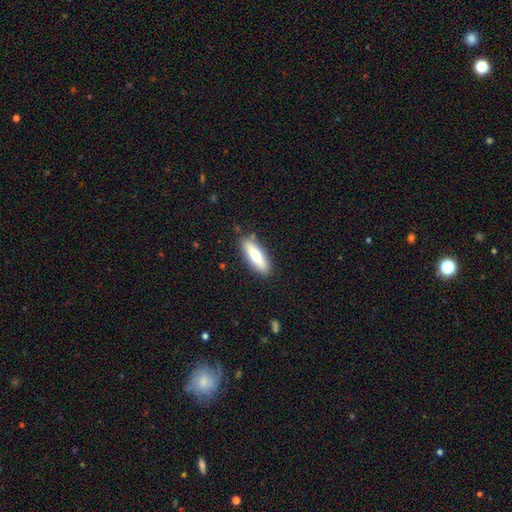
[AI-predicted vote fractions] A smooth galaxy with no disk features (64%) that is cigar-shaped (52%). Merging: none (86%).